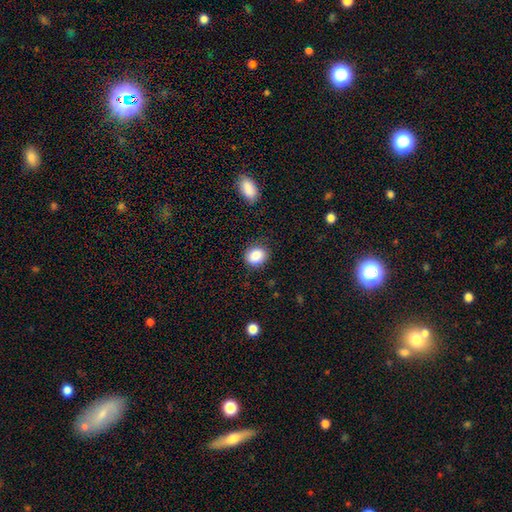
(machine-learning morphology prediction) Smooth or featured?
  - smooth: 87% *
  - star or artifact: 8%
  - featured or disk: 5%
How rounded?
  - round: 57% *
  - in between: 42%
  - cigar-shaped: 1%
Merging?
  - none: 83% *
  - minor disturbance: 12%
  - major disturbance: 3%
  - merger: 2%